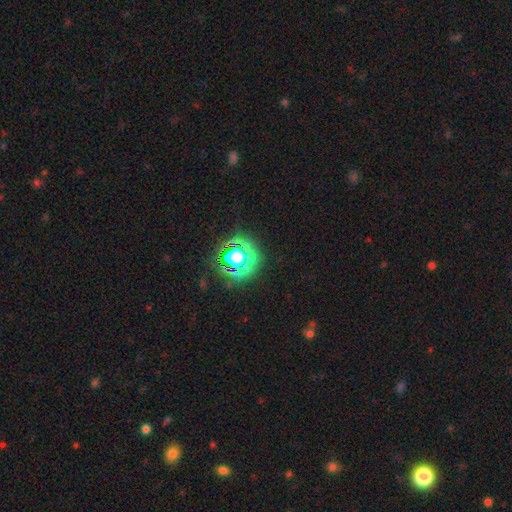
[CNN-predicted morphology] star or artifact 74%, smooth 18%, featured or disk 9%.